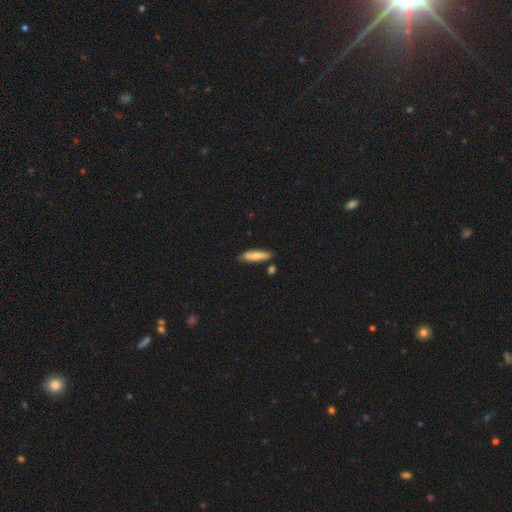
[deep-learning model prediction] A smooth galaxy with no disk features (73%) that is cigar-shaped (76%).

Vote fractions:
- Smooth or featured? smooth: 73% / featured or disk: 22% / star or artifact: 6%
- How rounded? cigar-shaped: 76% / in between: 22% / round: 2%
- Merging? none: 77% / minor disturbance: 15% / merger: 5% / major disturbance: 2%